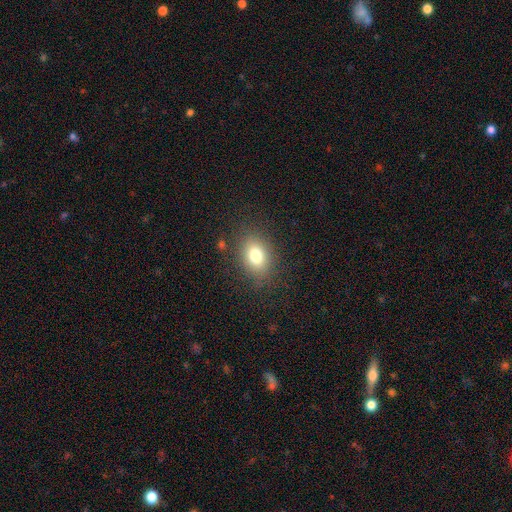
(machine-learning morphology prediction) type=smooth (78%); roundness=in between (70%); merging=none (84%).